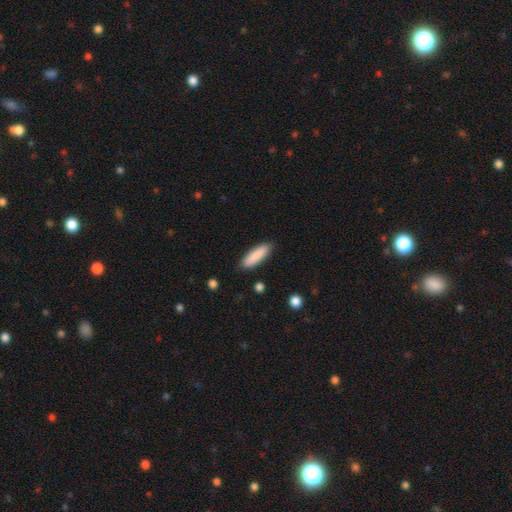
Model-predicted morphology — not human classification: This is clearly a smooth galaxy (87%). How rounded: possibly cigar-shaped (58%). Merging: clearly none (88%).